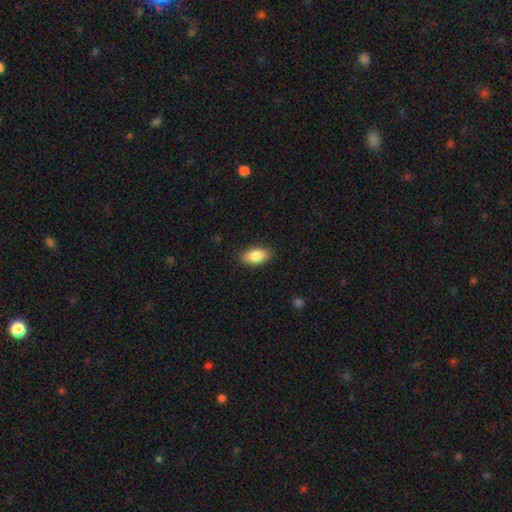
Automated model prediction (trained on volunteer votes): The model was most divided on "smooth or featured": smooth: 85%, featured or disk: 9%, star or artifact: 6%. More confident: how rounded — in between (91%); merging — none (88%).